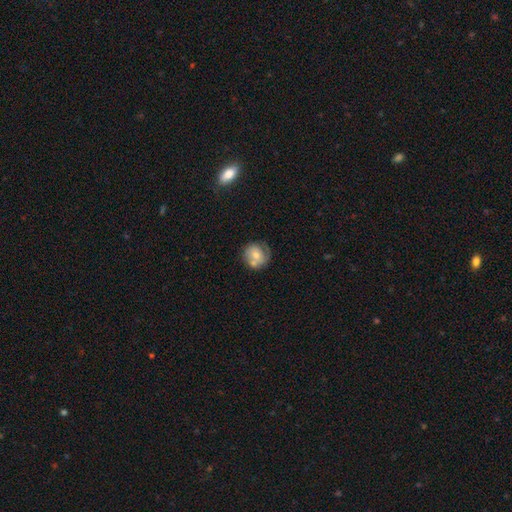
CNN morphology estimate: This is possibly a smooth galaxy (56%). How rounded: clearly round (84%). Merging: possibly none (50%).